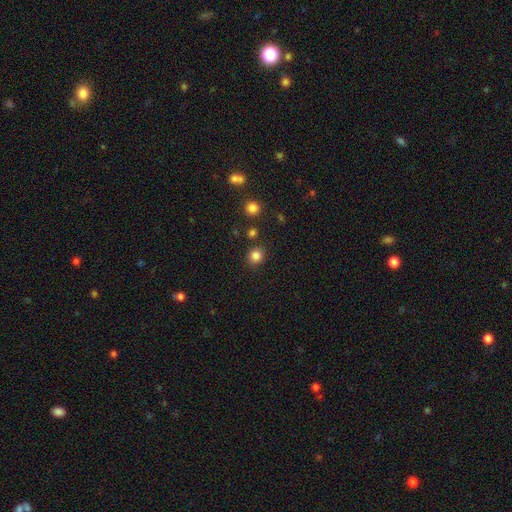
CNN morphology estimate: The model was most divided on "how rounded": round: 82%, in between: 17%, cigar-shaped: 1%. More confident: merging — none (85%); smooth or featured — smooth (84%).